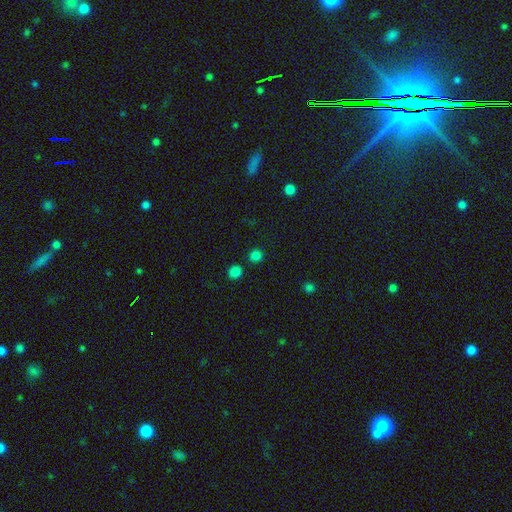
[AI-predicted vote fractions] Morphology: type=smooth (80%); roundness=round (89%); merging=none (83%).